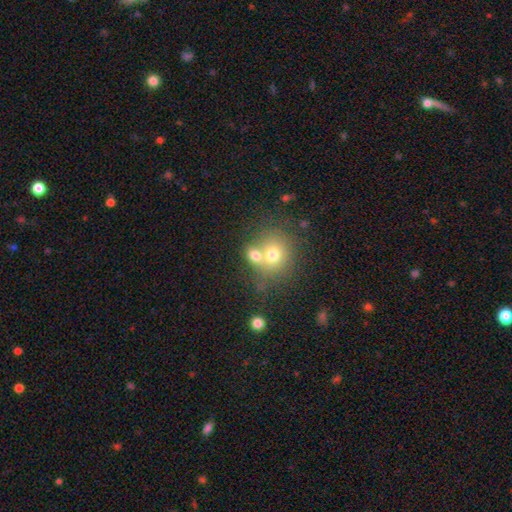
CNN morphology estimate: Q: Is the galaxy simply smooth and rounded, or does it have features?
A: smooth — 70%.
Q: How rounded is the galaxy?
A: round — 64%.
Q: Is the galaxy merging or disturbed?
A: merger — 57%.